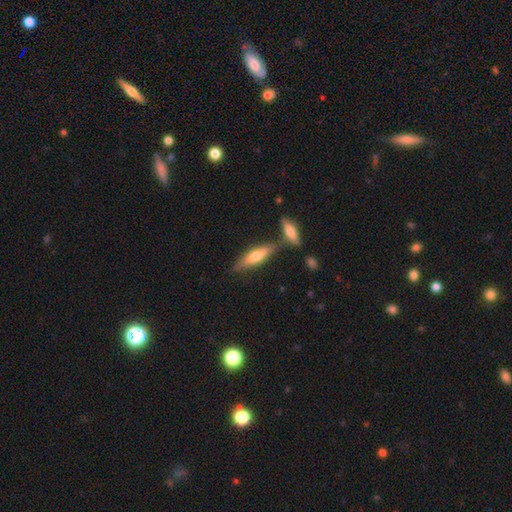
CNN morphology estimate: Q: Smooth or featured?
A: smooth (55%); runner-up: featured or disk (39%)
Q: How rounded?
A: cigar-shaped (68%); runner-up: in between (30%)
Q: Merging?
A: none (62%); runner-up: merger (21%)